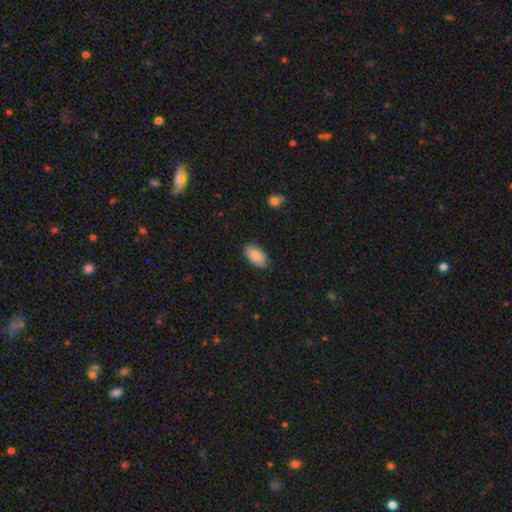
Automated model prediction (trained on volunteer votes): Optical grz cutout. It shows a smooth galaxy with no disk features (88%) that is in between round and cigar-shaped (94%). Merging: none (84%).